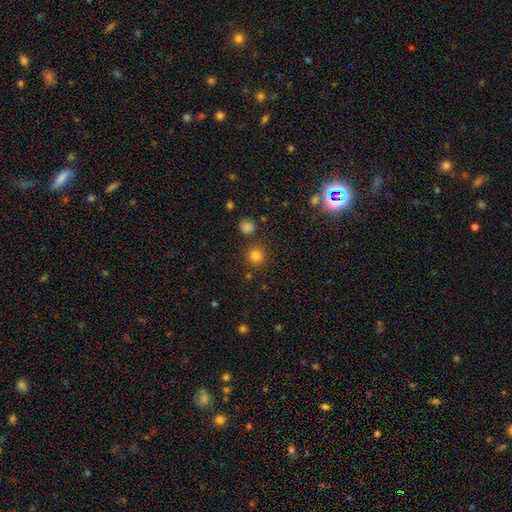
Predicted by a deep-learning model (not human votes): Smooth or featured? Predicted: smooth (p=0.81). How rounded? Predicted: round (p=0.93). Merging? Predicted: none (p=0.85).